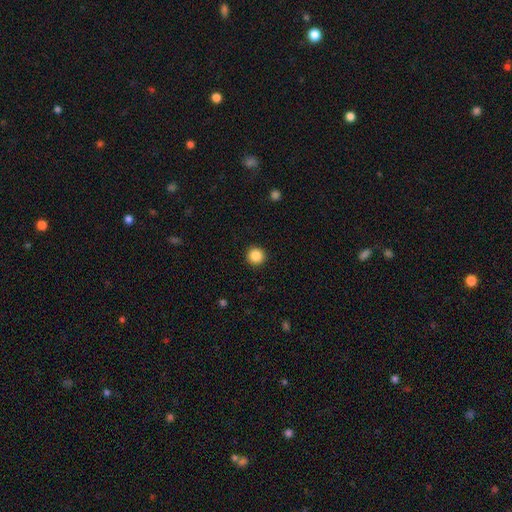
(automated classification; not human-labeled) Morphology: type=smooth (87%); roundness=round (95%); merging=none (93%).